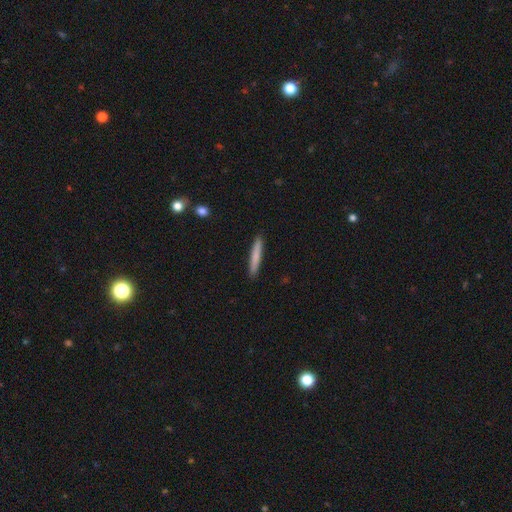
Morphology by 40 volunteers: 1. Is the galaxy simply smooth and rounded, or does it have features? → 72% smooth, 15% featured or disk, 12% star or artifact.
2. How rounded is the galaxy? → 97% cigar-shaped, 3% in between, 0% round.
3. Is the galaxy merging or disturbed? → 94% none, 3% minor disturbance, 3% major disturbance, 0% merger.